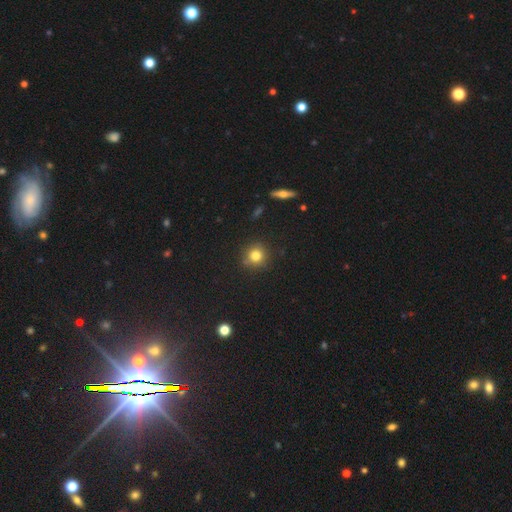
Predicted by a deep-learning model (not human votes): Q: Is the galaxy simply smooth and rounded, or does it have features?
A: smooth — 79%.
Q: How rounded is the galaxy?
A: round — 91%.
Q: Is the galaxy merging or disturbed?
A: none — 84%.